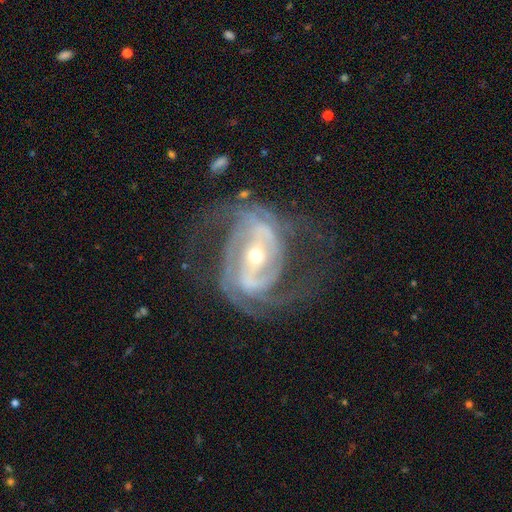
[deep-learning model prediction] This is clearly a featured or disk galaxy (90%). It is clearly not viewed edge-on (97%). Bar: possibly strong (52%). Spiral arm pattern: clearly yes (96%). Spiral arm count: possibly 2 (55%). Spiral winding: possibly medium (48%). Central bulge: possibly small (53%). Merging: possibly none (60%).